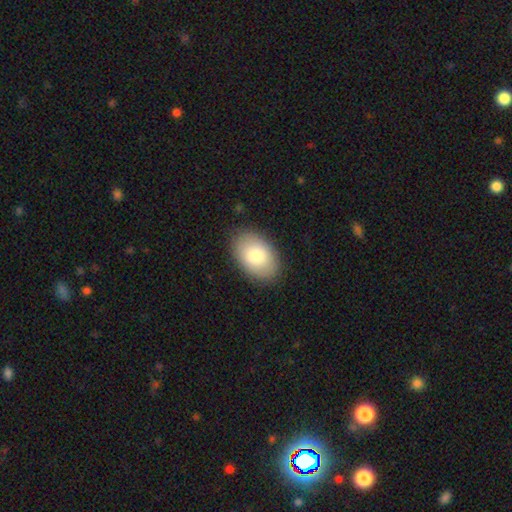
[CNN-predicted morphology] smooth_or_featured: smooth (p=0.82) [alt: featured or disk p=0.12]
how_rounded: in between (p=0.90) [alt: round p=0.09]
merging: none (p=0.86) [alt: minor disturbance p=0.10]